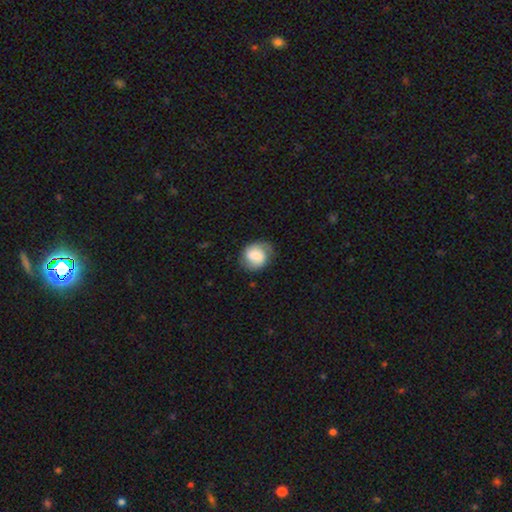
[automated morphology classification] type=smooth (61%); roundness=round (73%); merging=none (71%).